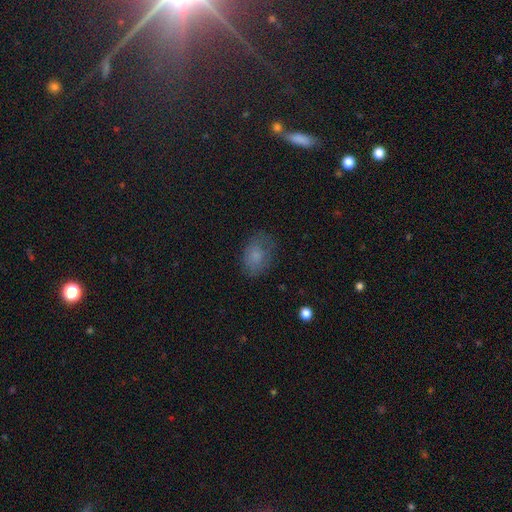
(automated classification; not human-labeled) smooth-or-featured: smooth: 74% | featured or disk: 15% | star or artifact: 11%
  how-rounded: in between: 75% | round: 23% | cigar-shaped: 1%
  merging: none: 68% | minor disturbance: 22% | major disturbance: 9% | merger: 1%